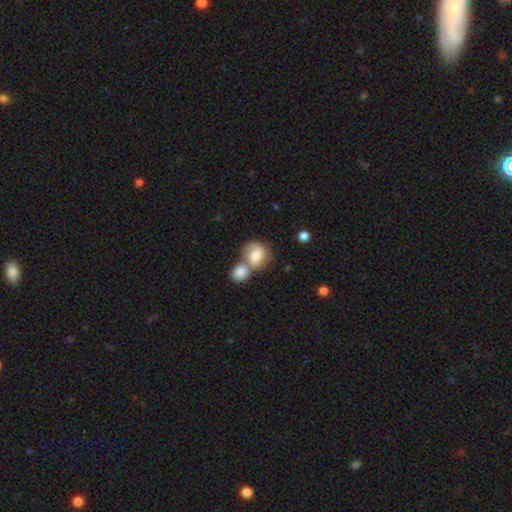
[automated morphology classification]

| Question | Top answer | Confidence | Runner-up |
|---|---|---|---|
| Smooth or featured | smooth | 68% | featured or disk (24%) |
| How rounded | round | 54% | in between (44%) |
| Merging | merger | 63% | none (23%) |